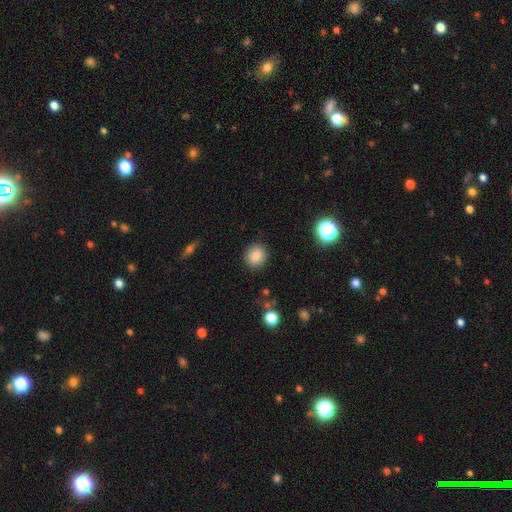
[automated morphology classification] This is clearly a smooth galaxy (84%). How rounded: clearly round (82%). Merging: clearly none (89%).